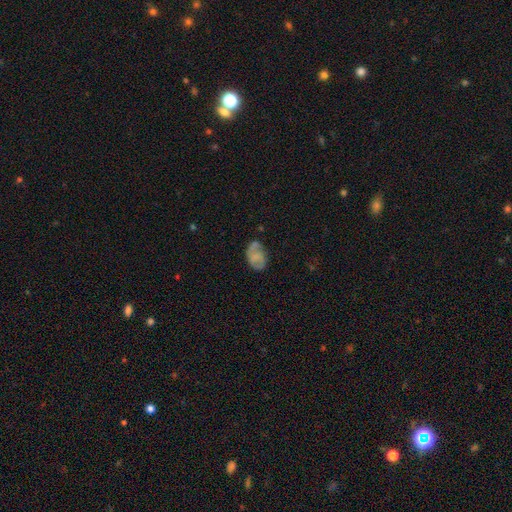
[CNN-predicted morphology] Smooth or featured: smooth — 51% (featured or disk — 40%)
How rounded: in between — 86% (round — 13%)
Merging: none — 54% (minor disturbance — 29%)